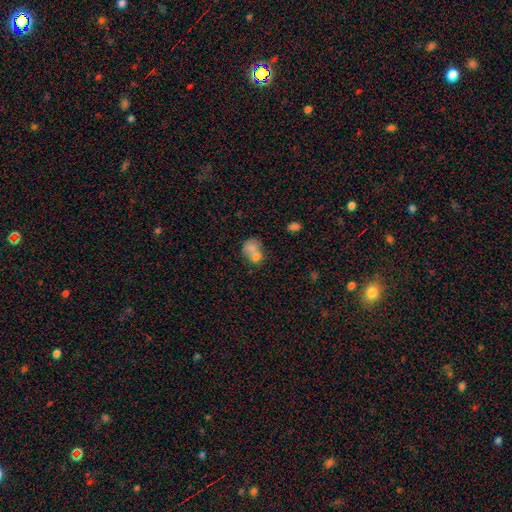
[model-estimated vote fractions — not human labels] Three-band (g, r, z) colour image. It shows a smooth galaxy with no disk features (73%) that is round (50%). Merging: merger (63%).